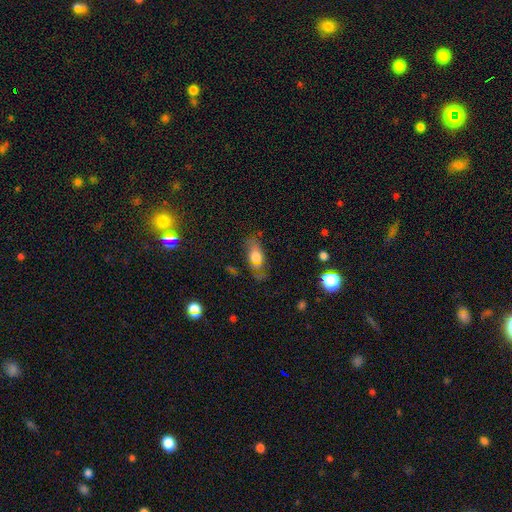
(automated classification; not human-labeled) The model was most divided on "smooth or featured": smooth: 44%, featured or disk: 42%, star or artifact: 15%. More confident: merging — none (68%).